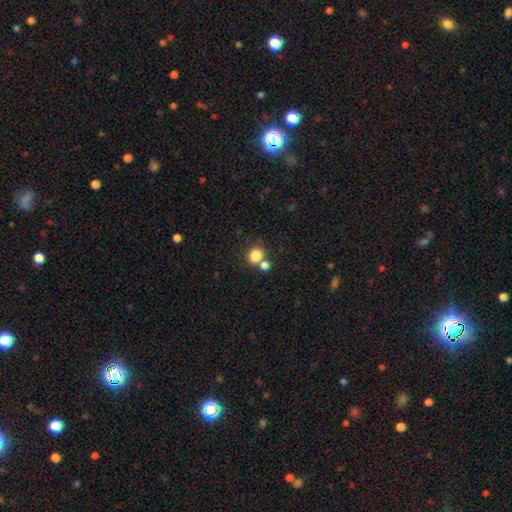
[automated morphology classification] A smooth galaxy with no disk features (82%) that is round (66%). Merging: none (55%).